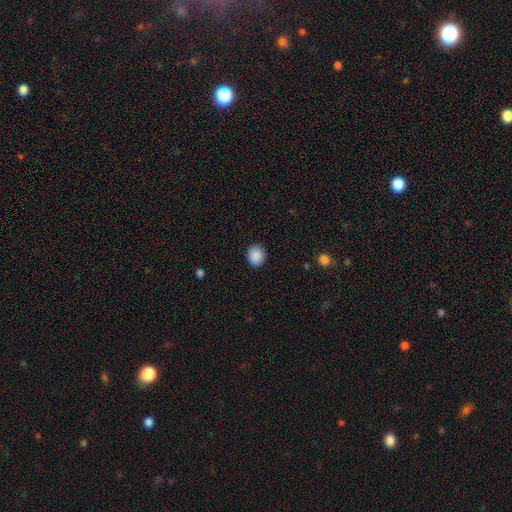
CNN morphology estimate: This is clearly a smooth galaxy (89%). How rounded: likely round (71%). Merging: clearly none (90%).